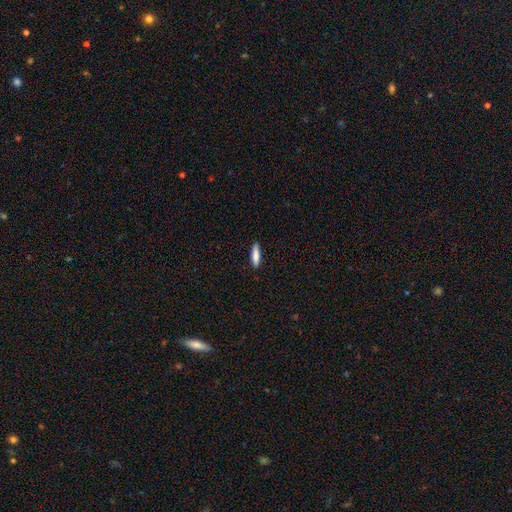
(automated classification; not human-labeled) Smooth or featured: smooth — 81% (featured or disk — 13%)
How rounded: cigar-shaped — 72% (in between — 26%)
Merging: none — 89% (minor disturbance — 8%)